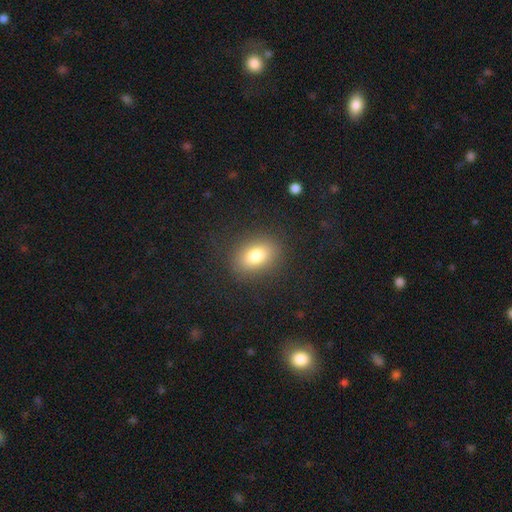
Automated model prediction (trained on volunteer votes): Smooth or featured? Predicted: smooth (p=0.80). How rounded? Predicted: in between (p=0.73). Merging? Predicted: none (p=0.85).